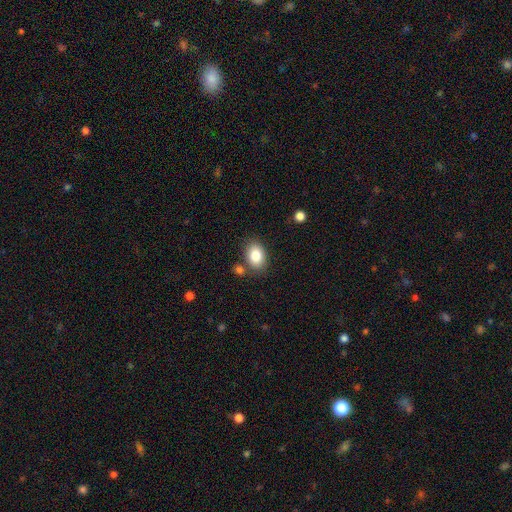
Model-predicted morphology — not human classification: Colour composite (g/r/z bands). It shows a smooth galaxy with no disk features (84%) that is in between round and cigar-shaped (79%). Merging: none (76%).